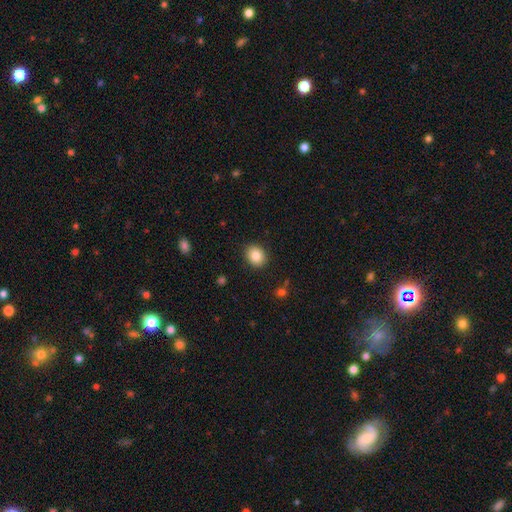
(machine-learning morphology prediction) Smooth or featured?
  - smooth: 85% *
  - star or artifact: 9%
  - featured or disk: 6%
How rounded?
  - round: 63% *
  - in between: 36%
  - cigar-shaped: 1%
Merging?
  - none: 89% *
  - minor disturbance: 7%
  - major disturbance: 2%
  - merger: 1%